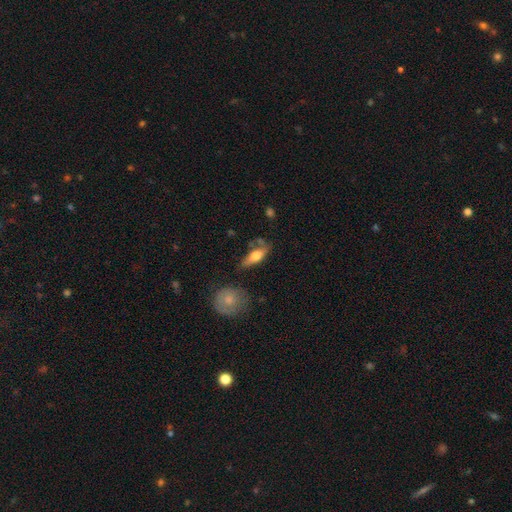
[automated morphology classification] Smooth or featured?
  - smooth: 62% *
  - featured or disk: 32%
  - star or artifact: 6%
How rounded?
  - in between: 65% *
  - cigar-shaped: 31%
  - round: 4%
Merging?
  - none: 54% *
  - minor disturbance: 26%
  - major disturbance: 12%
  - merger: 8%